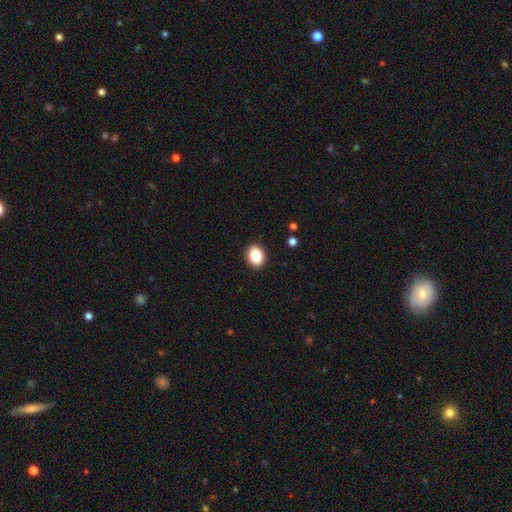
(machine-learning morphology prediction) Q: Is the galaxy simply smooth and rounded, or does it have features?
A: smooth — 88%.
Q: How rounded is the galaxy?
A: in between — 67%.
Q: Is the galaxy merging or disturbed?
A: none — 90%.